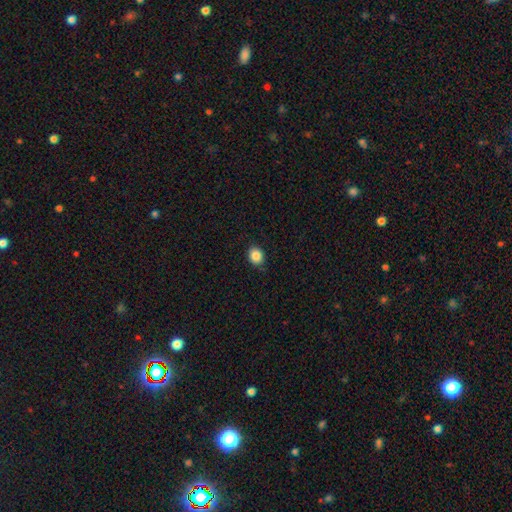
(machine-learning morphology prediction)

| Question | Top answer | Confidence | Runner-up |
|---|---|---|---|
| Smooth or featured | smooth | 86% | star or artifact (9%) |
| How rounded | round | 63% | in between (36%) |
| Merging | none | 87% | minor disturbance (10%) |